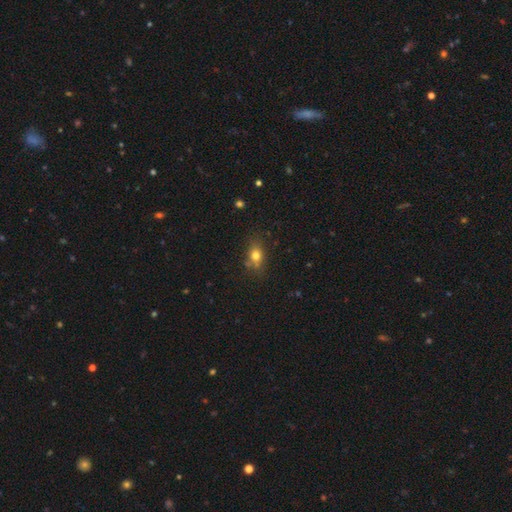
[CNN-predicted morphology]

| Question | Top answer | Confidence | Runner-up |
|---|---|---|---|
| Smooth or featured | smooth | 75% | star or artifact (13%) |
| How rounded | in between | 63% | round (33%) |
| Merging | none | 71% | minor disturbance (17%) |